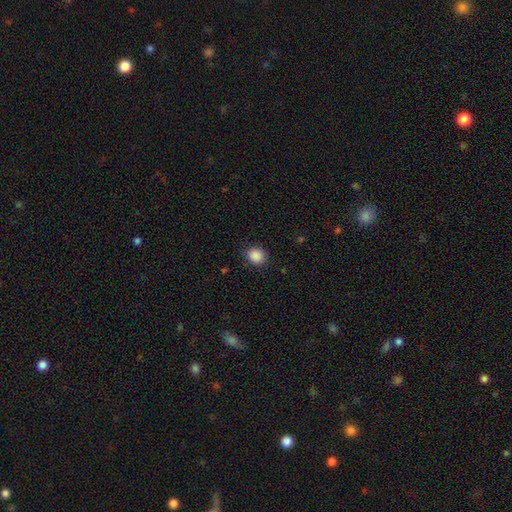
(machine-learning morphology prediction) A smooth galaxy with no disk features (88%) that is round (75%).

Vote fractions:
- Smooth or featured? smooth: 88% / star or artifact: 9% / featured or disk: 3%
- How rounded? round: 75% / in between: 24% / cigar-shaped: 1%
- Merging? none: 87% / minor disturbance: 9% / major disturbance: 3% / merger: 1%